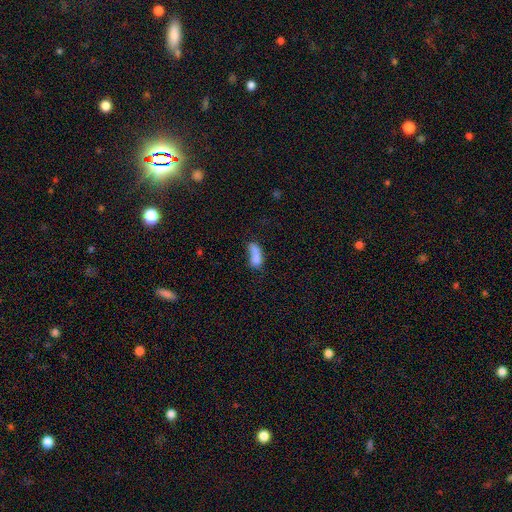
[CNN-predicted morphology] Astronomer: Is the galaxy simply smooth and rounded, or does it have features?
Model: smooth — 76%.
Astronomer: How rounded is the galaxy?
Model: in between — 77%.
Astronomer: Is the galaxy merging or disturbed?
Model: none — 32% (runner-up: merger, 24%).